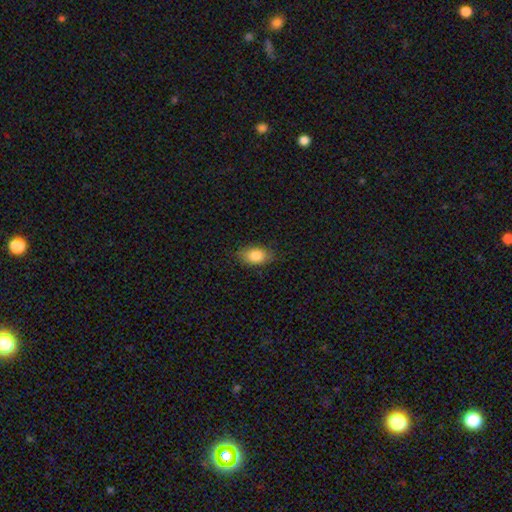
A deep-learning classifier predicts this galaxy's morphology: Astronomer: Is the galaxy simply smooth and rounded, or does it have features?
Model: smooth — 85%.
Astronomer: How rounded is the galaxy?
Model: in between — 88%.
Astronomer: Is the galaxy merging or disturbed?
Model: none — 83%.